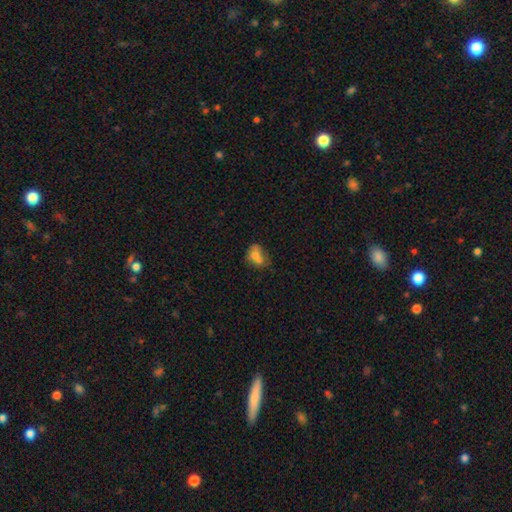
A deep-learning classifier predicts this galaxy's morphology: A smooth galaxy with no disk features (63%) that is in between round and cigar-shaped (63%).

Vote fractions:
- Smooth or featured? smooth: 63% / featured or disk: 26% / star or artifact: 11%
- How rounded? in between: 63% / round: 36% / cigar-shaped: 2%
- Merging? merger: 44% / none: 30% / minor disturbance: 16% / major disturbance: 9%